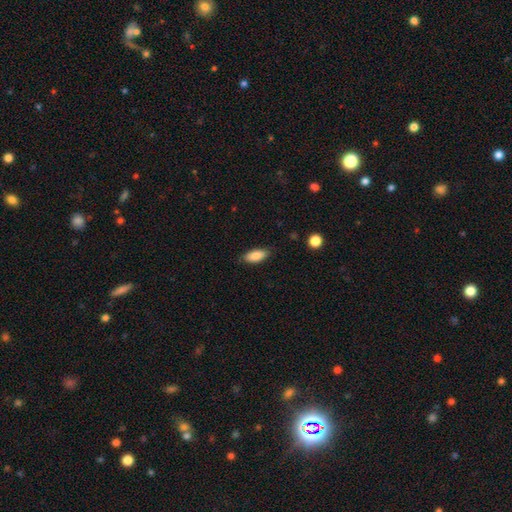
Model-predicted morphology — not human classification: Smooth or featured: smooth — 86% (featured or disk — 7%)
How rounded: in between — 83% (cigar-shaped — 15%)
Merging: none — 83% (minor disturbance — 13%)